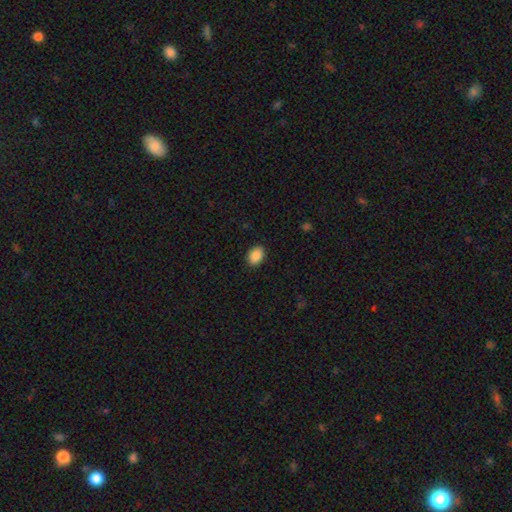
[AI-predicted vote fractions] Smooth or featured?
  - smooth: 89% *
  - star or artifact: 8%
  - featured or disk: 3%
How rounded?
  - in between: 77% *
  - round: 22%
  - cigar-shaped: 1%
Merging?
  - none: 89% *
  - minor disturbance: 8%
  - major disturbance: 2%
  - merger: 1%